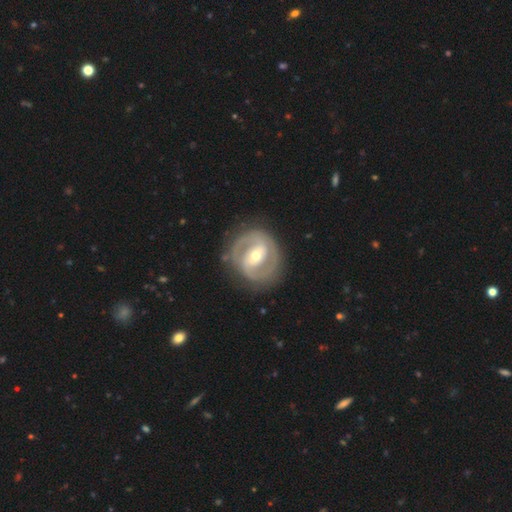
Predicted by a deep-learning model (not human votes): Morphology: type=featured or disk (82%); edge-on=no (97%); bar=weak (38%, tied with strong); spiral arms=yes (80%); winding=tight (50%); arm count=2 (81%); bulge=moderate (58%); merging=none (81%).